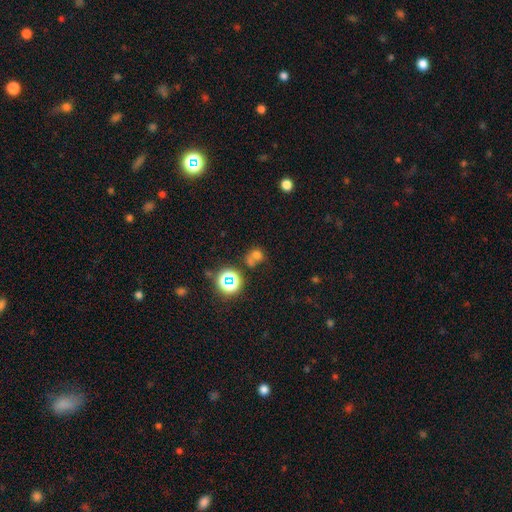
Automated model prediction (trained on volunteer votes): The model was most divided on "merging": merger: 42%, none: 40%, minor disturbance: 11%, major disturbance: 8%. More confident: how rounded — round (73%); smooth or featured — smooth (60%).